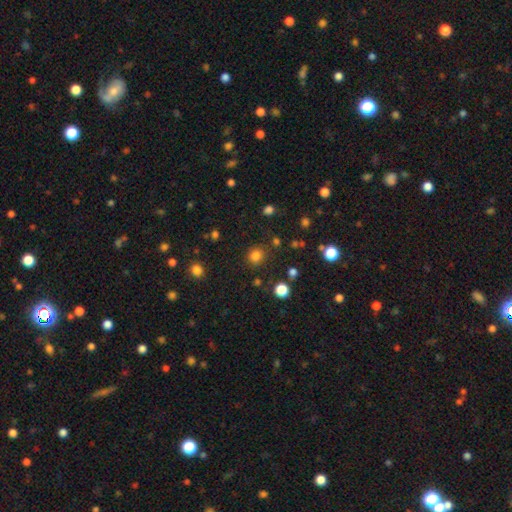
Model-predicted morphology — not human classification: This appears to be a smooth galaxy with no disk features (80%) that is round (85%). Merging: none (85%).